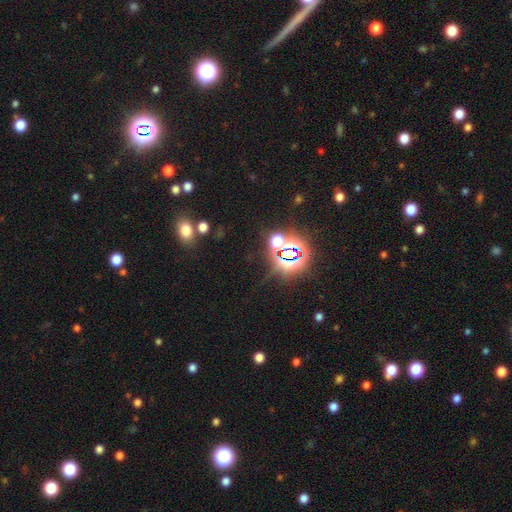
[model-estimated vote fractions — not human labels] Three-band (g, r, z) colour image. It shows a star or artifact, not a galaxy (77%).